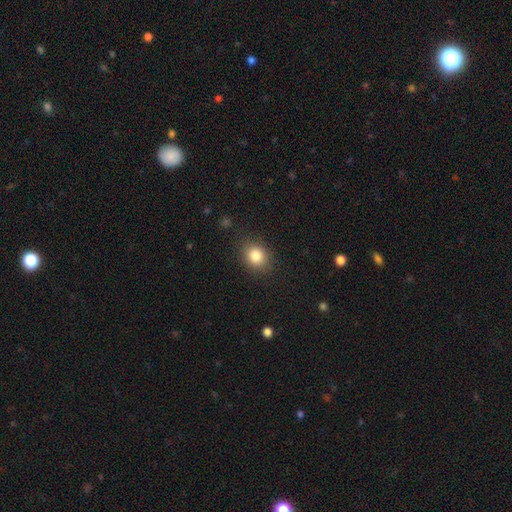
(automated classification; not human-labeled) Smooth or featured: smooth — 84% (star or artifact — 10%)
How rounded: round — 66% (in between — 33%)
Merging: none — 87% (minor disturbance — 9%)